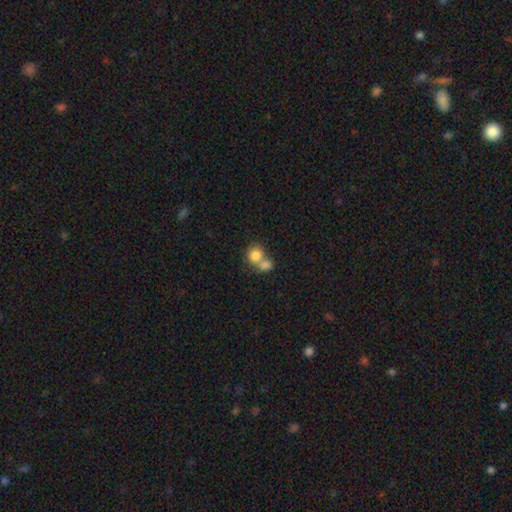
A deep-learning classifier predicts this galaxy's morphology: This is clearly a smooth galaxy (80%). How rounded: likely round (75%). Merging: likely merger (62%).